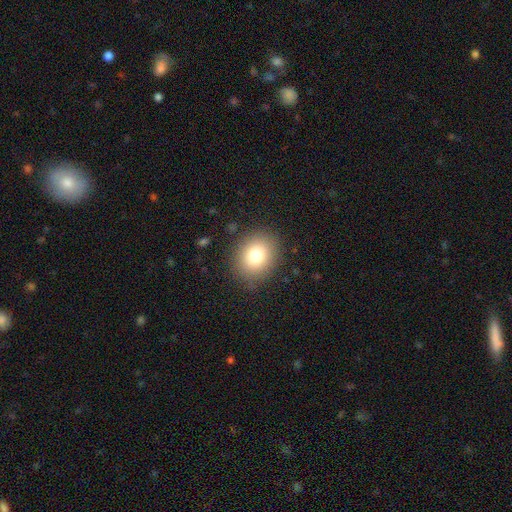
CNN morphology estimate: Smooth or featured? smooth (79%)
How rounded? round (59%)
Merging? none (85%)